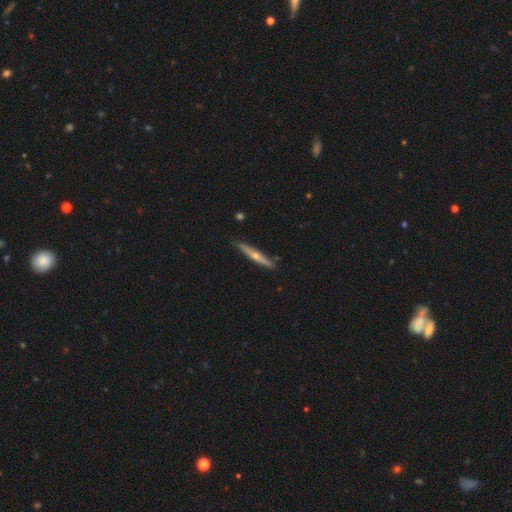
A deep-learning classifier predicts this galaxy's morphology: A featured or disk galaxy (68%) viewed edge-on (97%) with a rounded central bulge (87%).

Vote fractions:
- Smooth or featured? featured or disk: 68% / smooth: 26% / star or artifact: 6%
- Edge-on disk? yes: 97% / no: 3%
- Edge-on bulge? rounded: 87% / none: 10% / boxy: 3%
- Merging? none: 86% / minor disturbance: 11% / major disturbance: 2% / merger: 1%